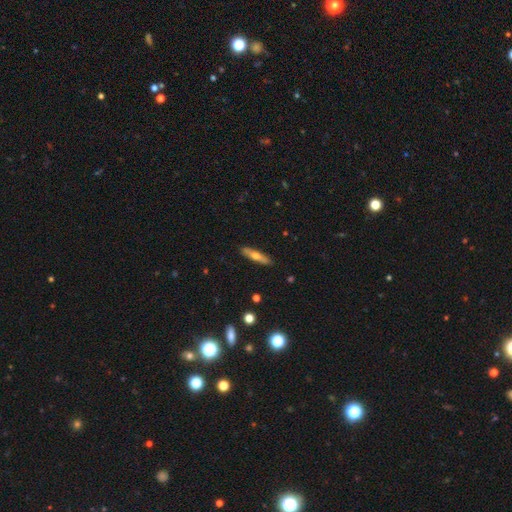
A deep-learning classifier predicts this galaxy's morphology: A smooth galaxy with no disk features (49%). Merging: none (89%).